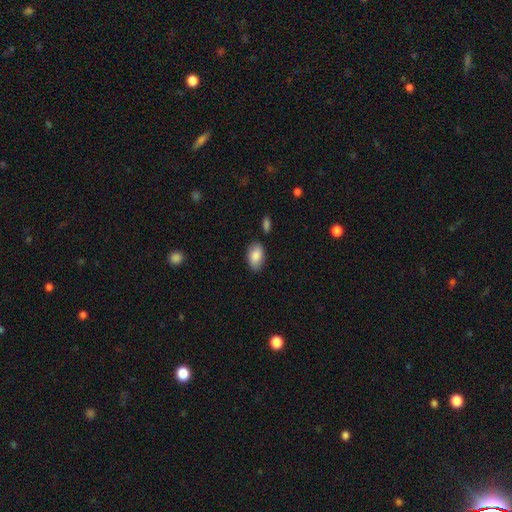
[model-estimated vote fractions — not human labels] Overall: smooth (86%). How rounded: in between (92%). Merging: none (80%).